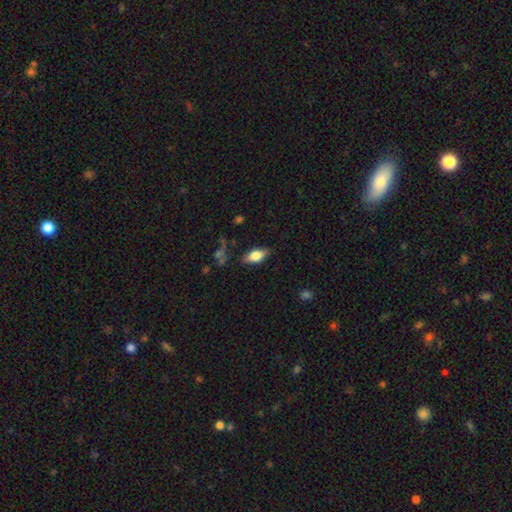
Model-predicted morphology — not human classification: Smooth or featured?
  - smooth: 64% *
  - featured or disk: 29%
  - star or artifact: 8%
How rounded?
  - in between: 83% *
  - cigar-shaped: 13%
  - round: 4%
Merging?
  - none: 82% *
  - minor disturbance: 13%
  - major disturbance: 3%
  - merger: 2%